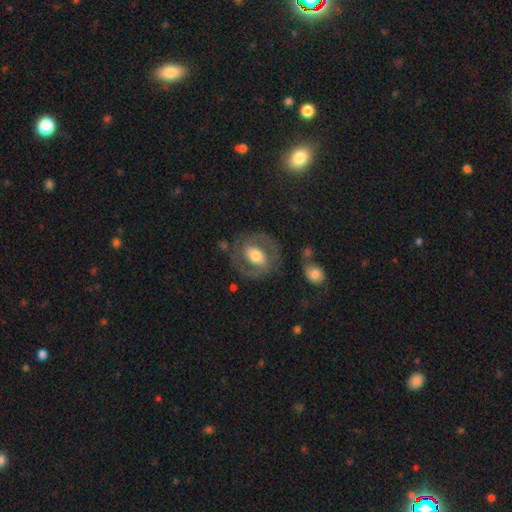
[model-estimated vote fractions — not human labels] smooth_or_featured: featured or disk (p=0.59) [alt: smooth p=0.34]
disk_edge_on: no (p=0.95) [alt: yes p=0.05]
bar: no (p=0.42) [alt: weak p=0.35]
has_spiral_arms: yes (p=0.59) [alt: no p=0.41]
bulge_size: moderate (p=0.63) [alt: large p=0.23]
merging: none (p=0.72) [alt: minor disturbance p=0.15]